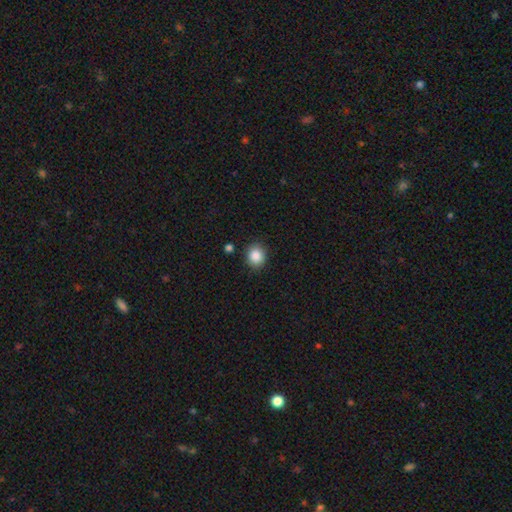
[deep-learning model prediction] smooth-or-featured: smooth: 86% | star or artifact: 9% | featured or disk: 4%
  how-rounded: round: 73% | in between: 26% | cigar-shaped: 1%
  merging: none: 87% | minor disturbance: 9% | merger: 2% | major disturbance: 2%